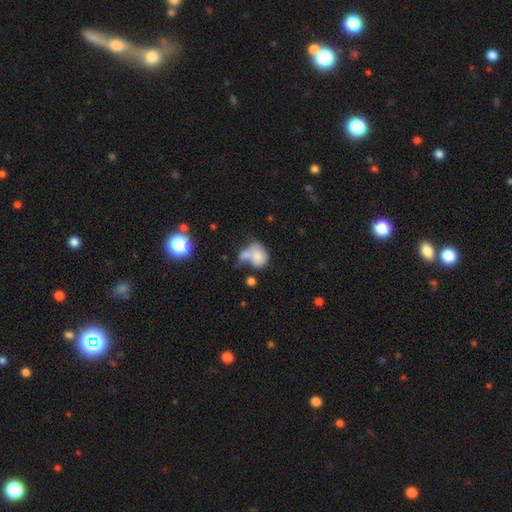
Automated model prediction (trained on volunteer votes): Smooth or featured? Predicted: smooth (p=0.74). How rounded? Predicted: in between (p=0.57). Merging? Predicted: merger (p=0.55).